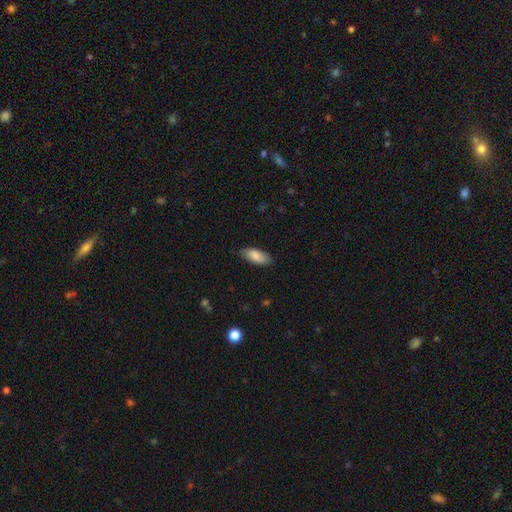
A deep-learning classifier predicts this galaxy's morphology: type=smooth (83%); roundness=in between (86%); merging=none (78%).